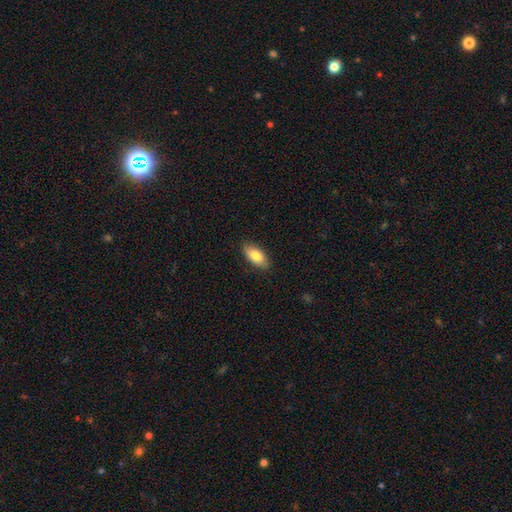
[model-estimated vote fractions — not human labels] Q: Smooth or featured?
A: smooth (82%); runner-up: featured or disk (11%)
Q: How rounded?
A: in between (90%); runner-up: cigar-shaped (8%)
Q: Merging?
A: none (87%); runner-up: minor disturbance (10%)